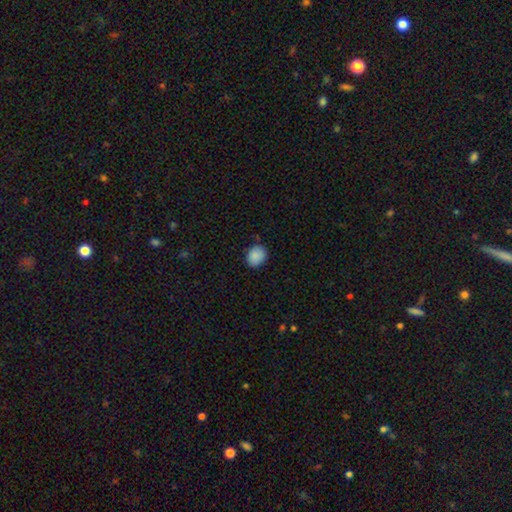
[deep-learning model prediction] A smooth galaxy with no disk features (89%) that is in between round and cigar-shaped (51%). Merging: none (84%).